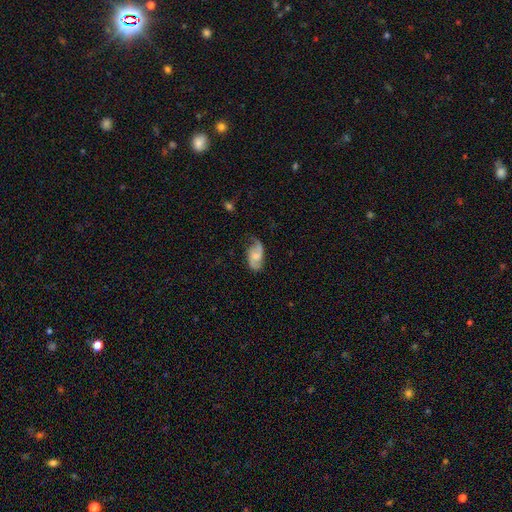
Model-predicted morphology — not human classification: A featured or disk galaxy (73%) with no bar (54%), 2 (86%) loose (51%) spiral arms (94%) and a small central bulge (37%).

Vote fractions:
- Smooth or featured? featured or disk: 73% / smooth: 21% / star or artifact: 7%
- Edge-on disk? no: 97% / yes: 3%
- Bar? no: 54% / weak: 39% / strong: 8%
- Spiral arms? yes: 94% / no: 6%
- Spiral winding? loose: 51% / medium: 37% / tight: 12%
- Spiral arm count? 2: 86% / 1: 6% / can't tell: 5% / 3: 1% / 4: 1% / more than 4: 1%
- Bulge size? small: 37% / moderate: 34% / none: 22% / large: 6% / dominant: 1%
- Merging? none: 64% / minor disturbance: 23% / major disturbance: 11% / merger: 2%